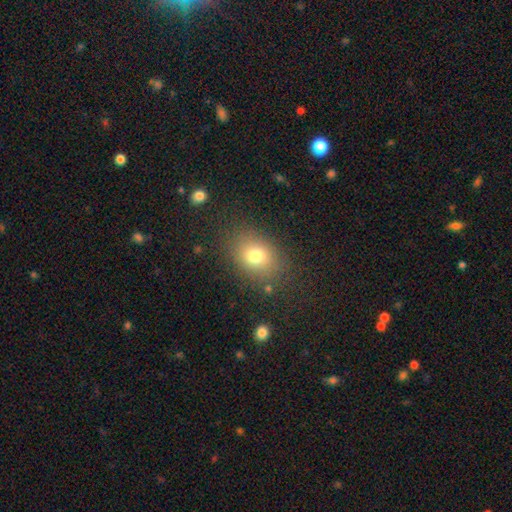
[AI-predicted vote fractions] The model was most divided on "how rounded": in between: 65%, round: 34%, cigar-shaped: 1%. More confident: merging — none (80%); smooth or featured — smooth (77%).